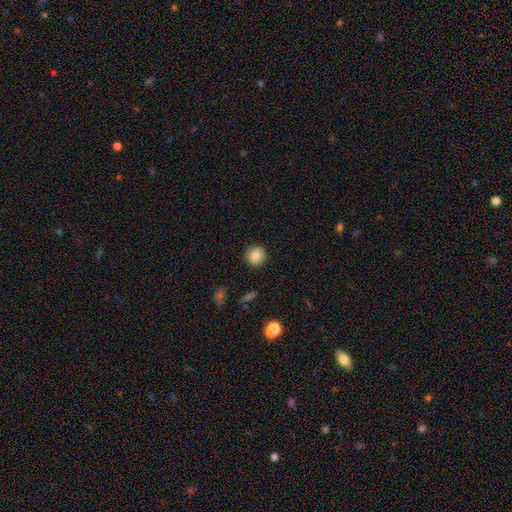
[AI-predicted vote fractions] Overall: smooth (85%). How rounded: round (94%). Merging: none (92%).